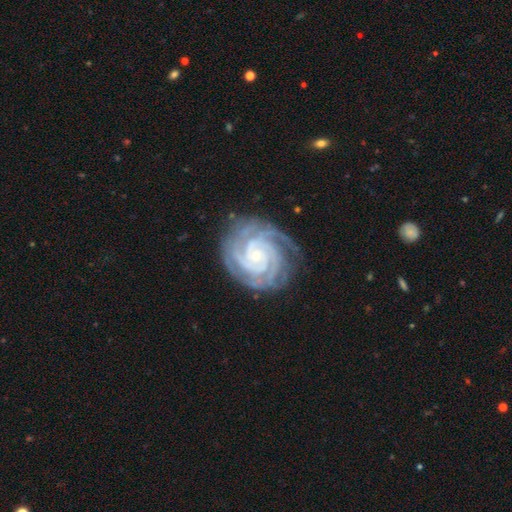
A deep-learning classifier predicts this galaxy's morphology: A featured or disk galaxy (92%) with no bar (72%), 3 (30%) tight (84%) spiral arms (99%) and a small central bulge (83%). Merging: none (80%).